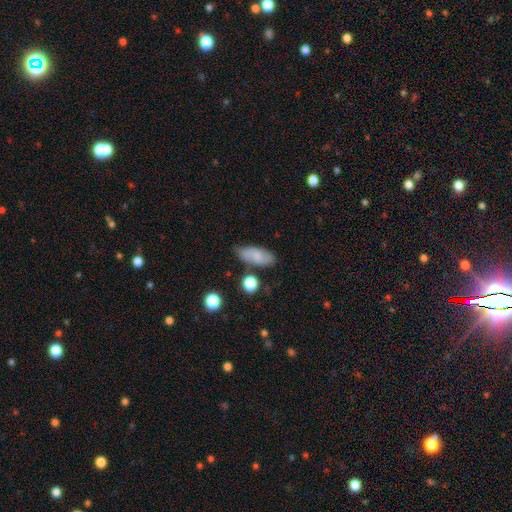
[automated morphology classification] Smooth or featured? smooth (72%)
How rounded? in between (84%)
Merging? none (70%)